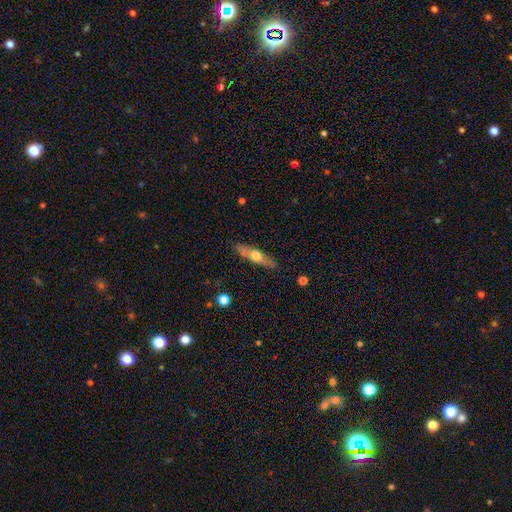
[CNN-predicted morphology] This is possibly a featured or disk galaxy (51%). It is likely viewed edge-on (79%). Merging: clearly none (85%).